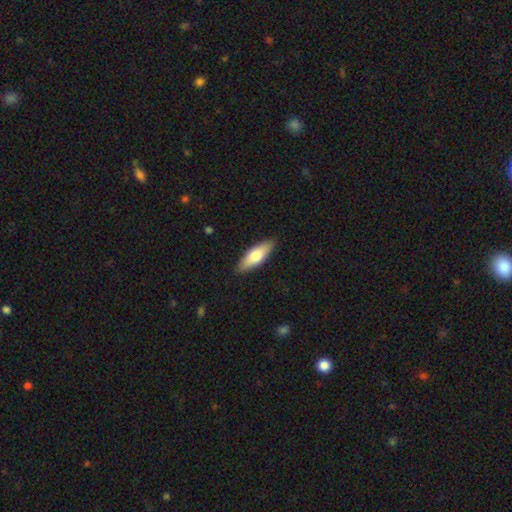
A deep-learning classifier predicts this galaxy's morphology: This is likely a smooth galaxy (70%). How rounded: likely in between (61%). Merging: clearly none (88%).